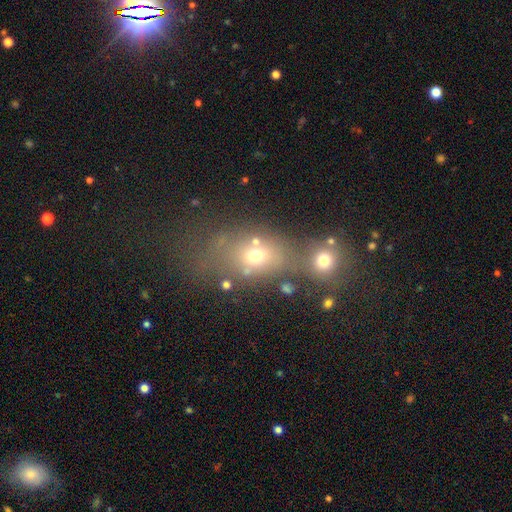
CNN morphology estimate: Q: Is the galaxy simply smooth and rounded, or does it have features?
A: smooth — 62%.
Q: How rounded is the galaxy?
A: in between — 60%.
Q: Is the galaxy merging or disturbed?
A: merger — 42%.